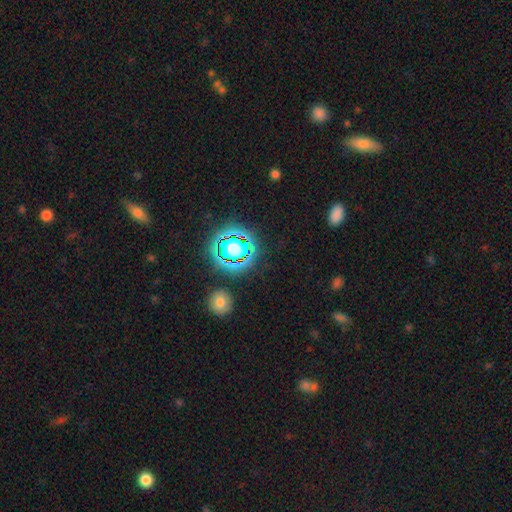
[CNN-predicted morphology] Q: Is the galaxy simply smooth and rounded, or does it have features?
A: star or artifact — 77%.